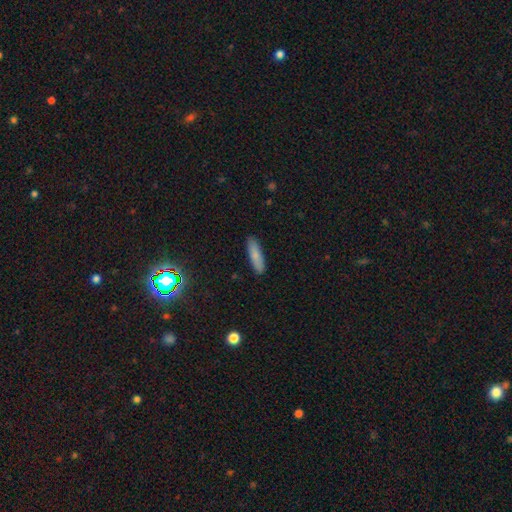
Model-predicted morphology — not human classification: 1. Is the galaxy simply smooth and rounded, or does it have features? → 80% smooth, 13% featured or disk, 7% star or artifact.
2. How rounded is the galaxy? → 66% cigar-shaped, 32% in between, 2% round.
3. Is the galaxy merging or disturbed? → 89% none, 8% minor disturbance, 2% major disturbance, 1% merger.